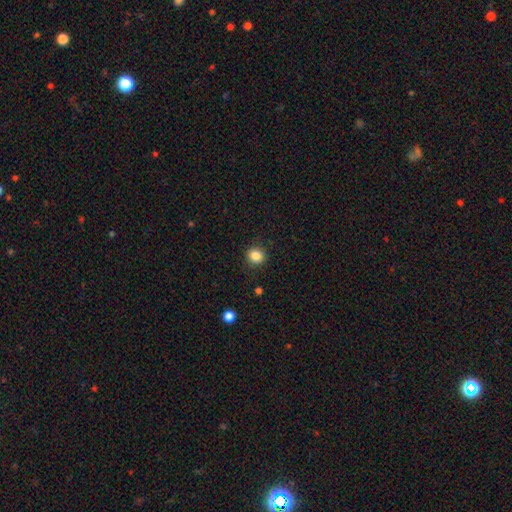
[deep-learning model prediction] smooth-or-featured: smooth: 85% | star or artifact: 11% | featured or disk: 4%
  how-rounded: round: 85% | in between: 14% | cigar-shaped: 1%
  merging: none: 89% | minor disturbance: 7% | major disturbance: 2% | merger: 1%